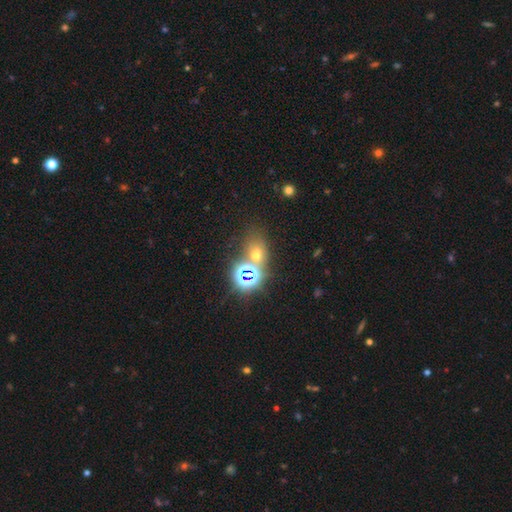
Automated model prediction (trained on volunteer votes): smooth-or-featured: star or artifact: 45% | smooth: 43% | featured or disk: 11%